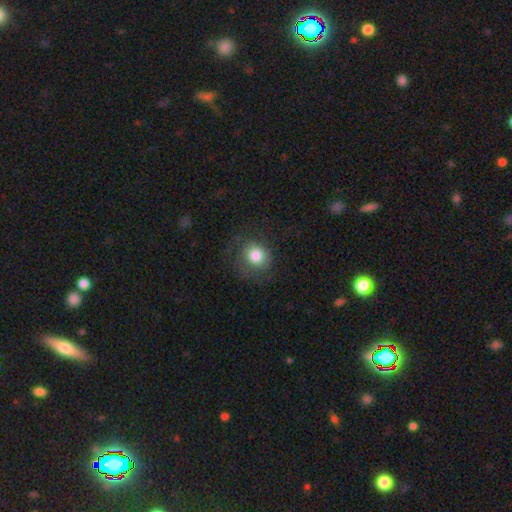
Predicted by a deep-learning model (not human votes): Smooth or featured: smooth — 80% (featured or disk — 10%)
How rounded: round — 82% (in between — 18%)
Merging: none — 69% (minor disturbance — 18%)